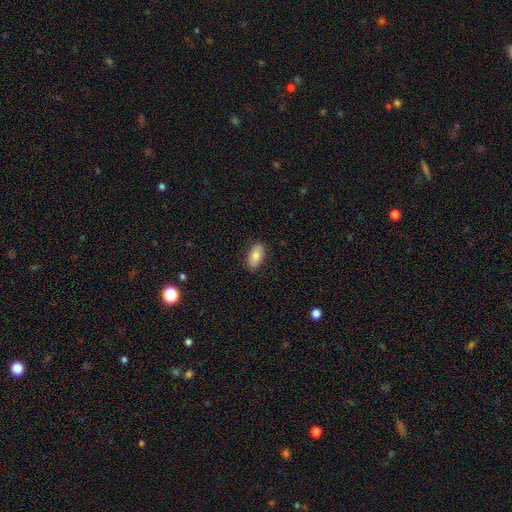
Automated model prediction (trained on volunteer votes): Smooth or featured? smooth (83%)
How rounded? in between (92%)
Merging? none (88%)